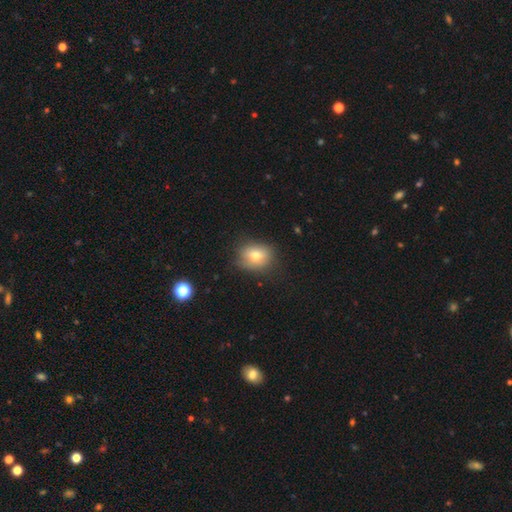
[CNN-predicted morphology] This appears to be a smooth galaxy with no disk features (72%) that is round (53%). Merging: none (75%).